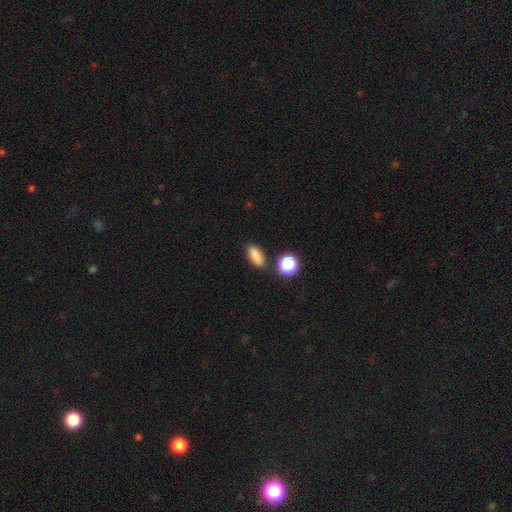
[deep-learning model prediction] Smooth or featured? Predicted: smooth (p=0.85). How rounded? Predicted: in between (p=0.78). Merging? Predicted: none (p=0.83).